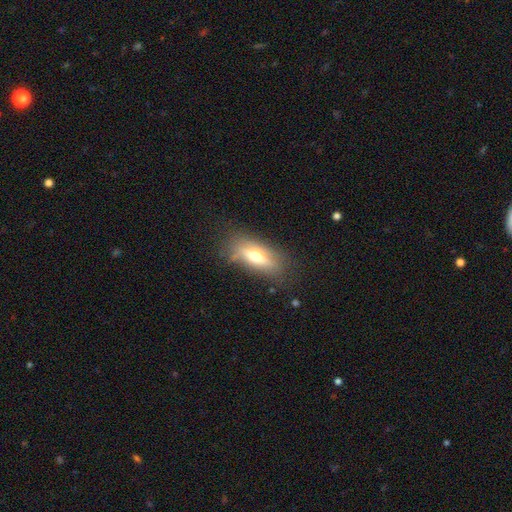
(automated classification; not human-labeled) Smooth or featured?
  - smooth: 48% *
  - featured or disk: 44%
  - star or artifact: 9%
Merging?
  - none: 75% *
  - minor disturbance: 16%
  - major disturbance: 6%
  - merger: 2%